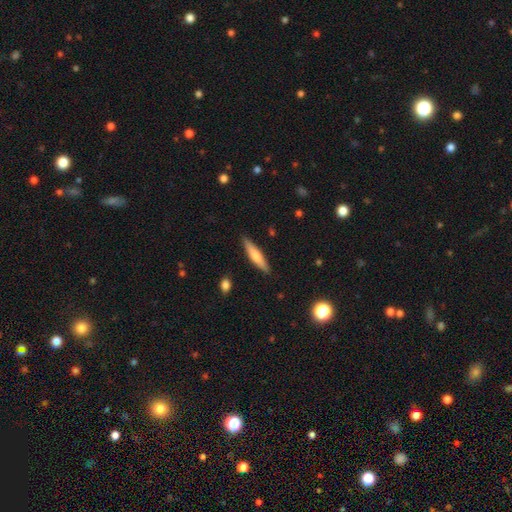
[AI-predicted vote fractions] Q: Smooth or featured?
A: smooth (60%); runner-up: featured or disk (35%)
Q: How rounded?
A: cigar-shaped (85%); runner-up: in between (13%)
Q: Merging?
A: none (89%); runner-up: minor disturbance (8%)